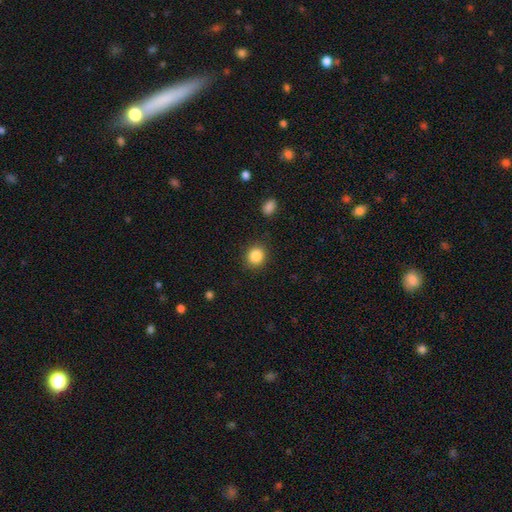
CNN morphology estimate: Smooth or featured?
  - smooth: 87% *
  - star or artifact: 9%
  - featured or disk: 4%
How rounded?
  - round: 86% *
  - in between: 13%
  - cigar-shaped: 1%
Merging?
  - none: 88% *
  - minor disturbance: 7%
  - major disturbance: 3%
  - merger: 2%